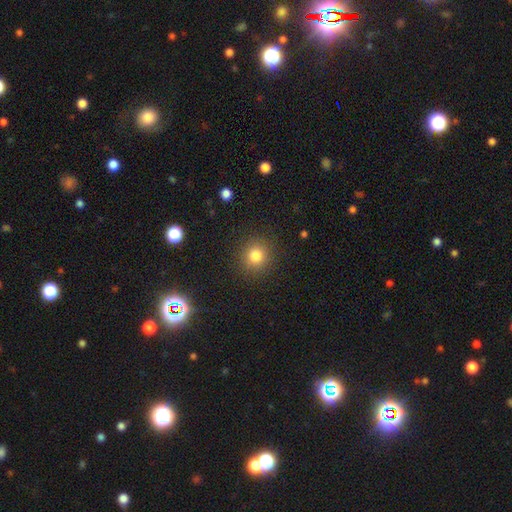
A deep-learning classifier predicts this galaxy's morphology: type=smooth (81%); roundness=round (89%); merging=none (89%).